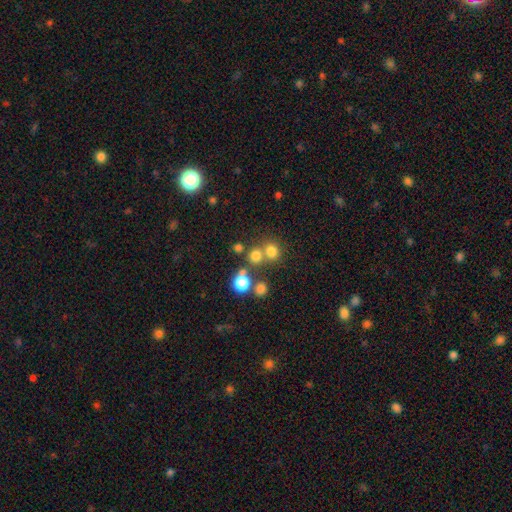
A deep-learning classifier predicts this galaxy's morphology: Smooth or featured? smooth (71%)
How rounded? round (86%)
Merging? none (59%)